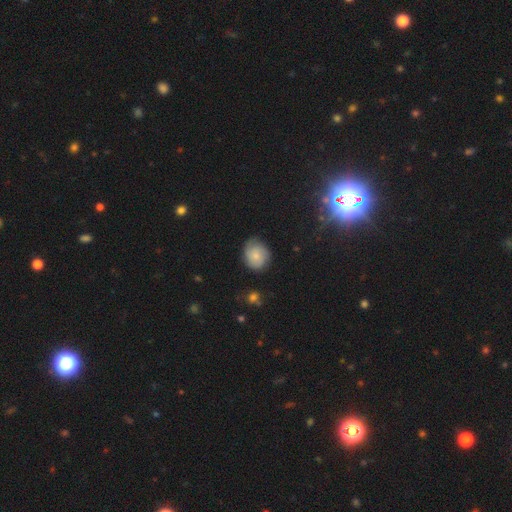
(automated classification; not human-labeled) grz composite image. It shows a smooth galaxy with no disk features (64%) that is round (70%). Merging: none (69%).